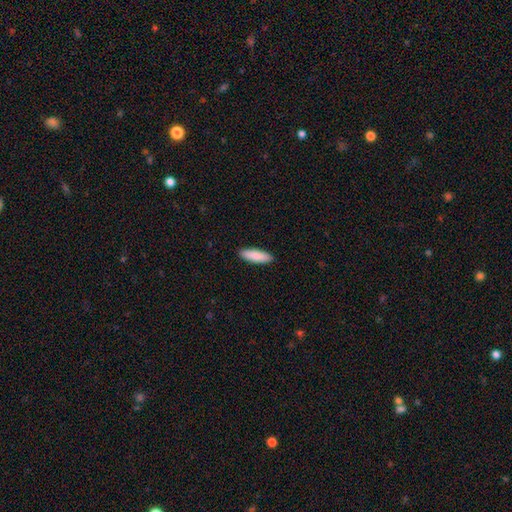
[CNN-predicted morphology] Smooth or featured? Predicted: smooth (p=0.88). How rounded? Predicted: cigar-shaped (p=0.51). Merging? Predicted: none (p=0.91).